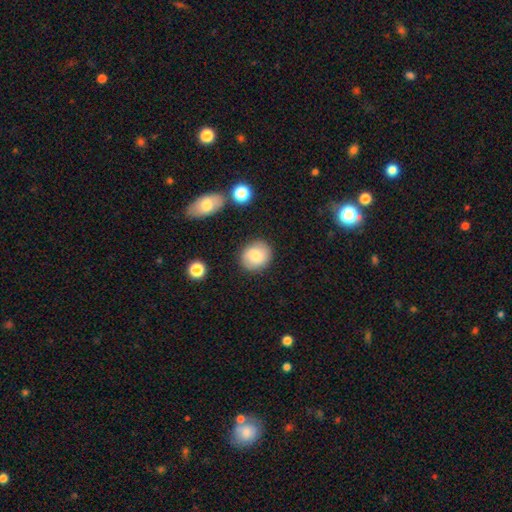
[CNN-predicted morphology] Q: Smooth or featured?
A: smooth (74%); runner-up: featured or disk (17%)
Q: How rounded?
A: round (77%); runner-up: in between (22%)
Q: Merging?
A: none (86%); runner-up: minor disturbance (9%)